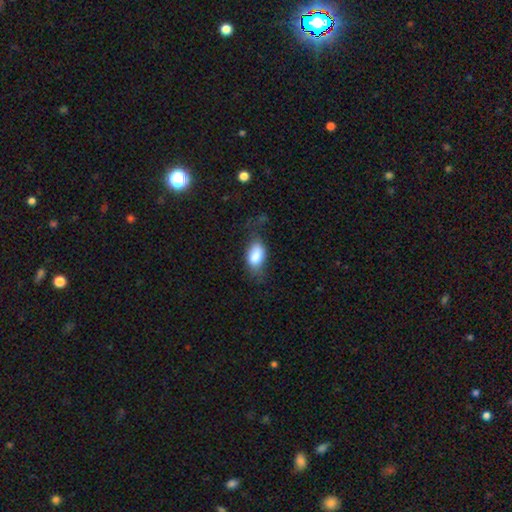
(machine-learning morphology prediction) type=smooth (83%); roundness=in between (91%); merging=none (48%).